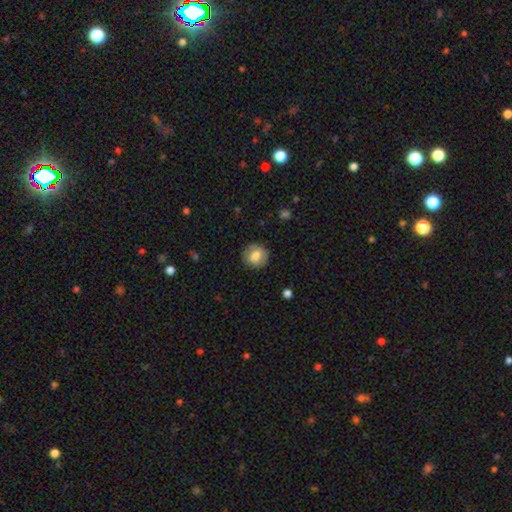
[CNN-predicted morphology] Smooth or featured: smooth — 77% (featured or disk — 15%)
How rounded: round — 91% (in between — 8%)
Merging: none — 89% (minor disturbance — 8%)